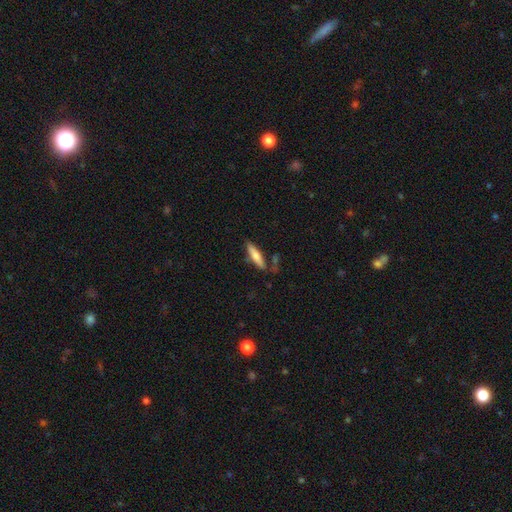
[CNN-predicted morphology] smooth-or-featured: smooth: 68% | featured or disk: 26% | star or artifact: 6%
  how-rounded: cigar-shaped: 75% | in between: 23% | round: 2%
  merging: none: 73% | minor disturbance: 15% | merger: 8% | major disturbance: 4%